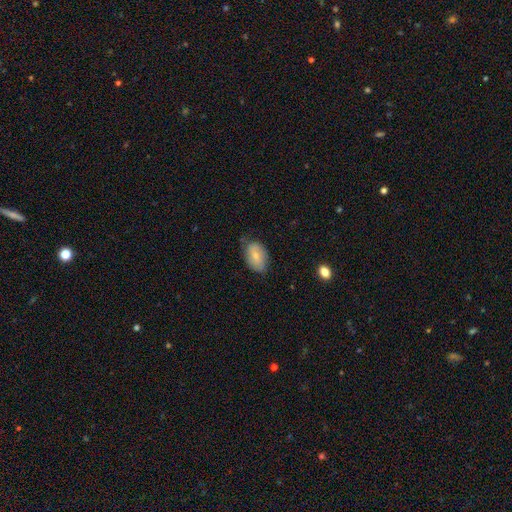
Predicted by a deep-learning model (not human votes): The model was most divided on "merging": none: 70%, minor disturbance: 24%, major disturbance: 5%, merger: 1%. More confident: how rounded — in between (90%); smooth or featured — smooth (72%).